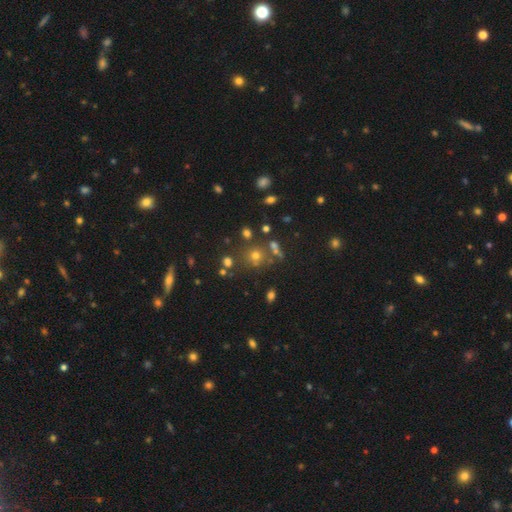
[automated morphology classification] type=smooth (54%); roundness=round (88%); merging=none (71%).